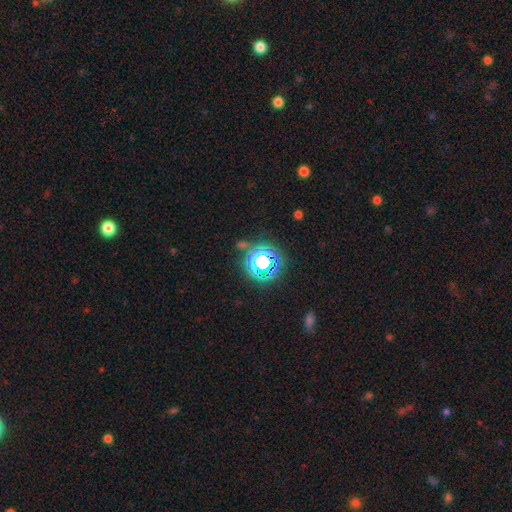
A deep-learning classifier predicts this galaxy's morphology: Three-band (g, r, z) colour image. It shows a star or artifact, not a galaxy (77%).